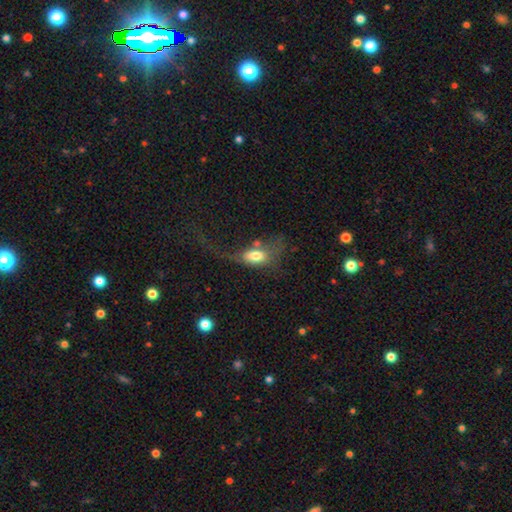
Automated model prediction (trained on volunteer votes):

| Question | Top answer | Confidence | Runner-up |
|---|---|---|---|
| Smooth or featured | smooth | 69% | featured or disk (23%) |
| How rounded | in between | 86% | round (9%) |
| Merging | major disturbance | 51% | none (20%) |